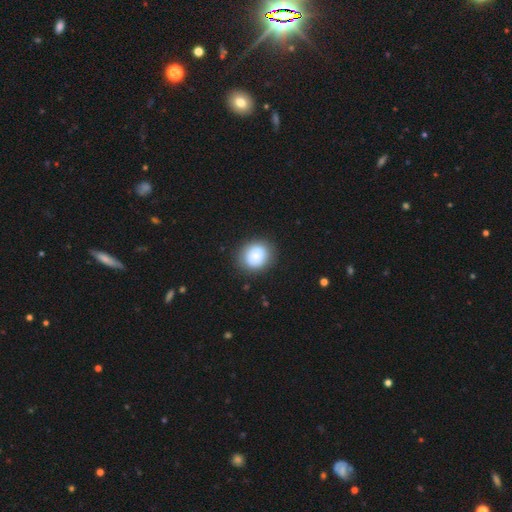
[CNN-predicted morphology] smooth_or_featured: smooth (p=0.80) [alt: featured or disk p=0.12]
how_rounded: round (p=0.77) [alt: in between p=0.23]
merging: none (p=0.85) [alt: minor disturbance p=0.10]